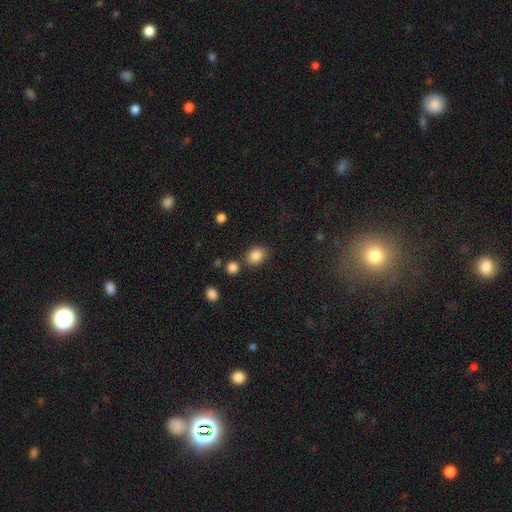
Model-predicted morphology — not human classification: type=smooth (85%); roundness=in between (60%); merging=none (75%).